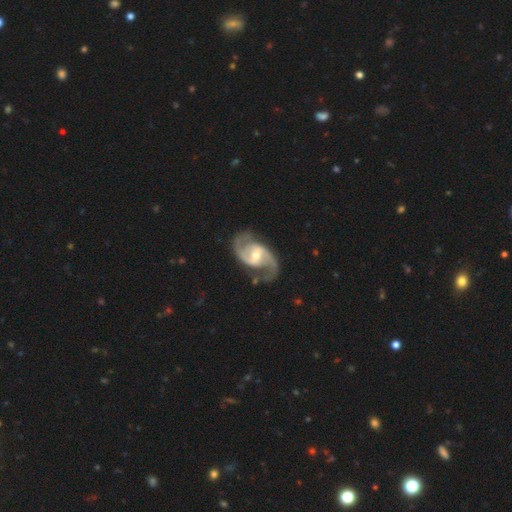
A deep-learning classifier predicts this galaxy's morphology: smooth_or_featured: featured or disk (p=0.92) [alt: smooth p=0.04]
disk_edge_on: no (p=0.98) [alt: yes p=0.02]
bar: weak (p=0.50) [alt: no p=0.25]
has_spiral_arms: yes (p=0.98) [alt: no p=0.02]
spiral_winding: medium (p=0.58) [alt: loose p=0.27]
spiral_arm_count: 2 (p=0.94) [alt: can't tell p=0.02]
bulge_size: moderate (p=0.60) [alt: small p=0.34]
merging: none (p=0.78) [alt: minor disturbance p=0.14]